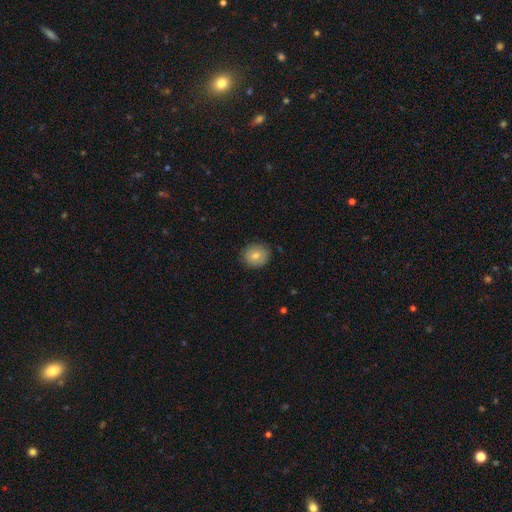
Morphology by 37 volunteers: smooth_or_featured: smooth (p=0.73) [alt: featured or disk p=0.22]
how_rounded: round (p=0.63) [alt: in between p=0.37]
merging: none (p=0.83) [alt: minor disturbance p=0.11]